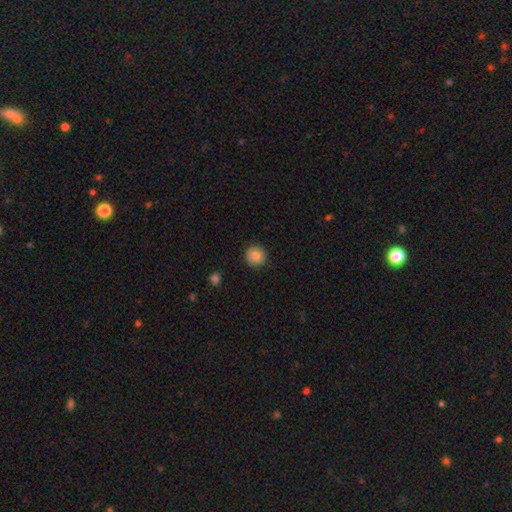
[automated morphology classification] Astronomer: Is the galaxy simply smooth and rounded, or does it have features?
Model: smooth — 81%.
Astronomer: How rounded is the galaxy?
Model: round — 93%.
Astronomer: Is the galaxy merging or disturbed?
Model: none — 89%.